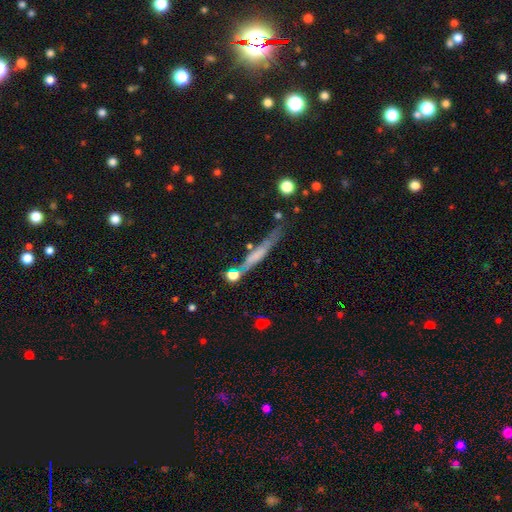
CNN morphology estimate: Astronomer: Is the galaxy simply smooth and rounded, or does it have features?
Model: smooth — 47% (runner-up: featured or disk, 43%).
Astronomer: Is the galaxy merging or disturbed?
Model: none — 63%.